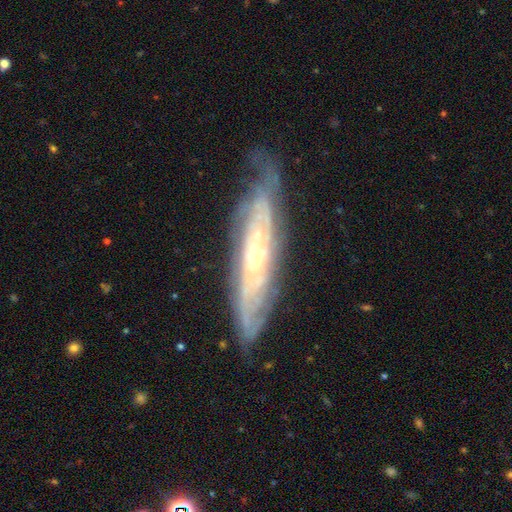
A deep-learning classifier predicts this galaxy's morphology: Overall: featured or disk (83%). Edge-on disk: no (65%; yes 35%). Bar: no (70%). Spiral arms: yes (91%). Bulge size: small (65%; moderate 31%). Merging: none (74%).